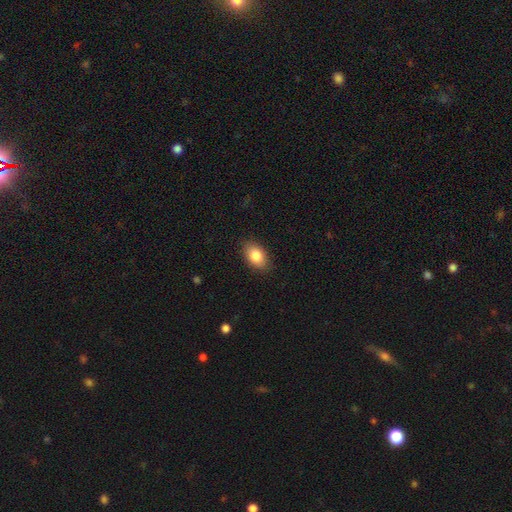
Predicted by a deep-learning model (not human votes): A smooth galaxy with no disk features (85%) that is in between round and cigar-shaped (88%). Merging: none (87%).